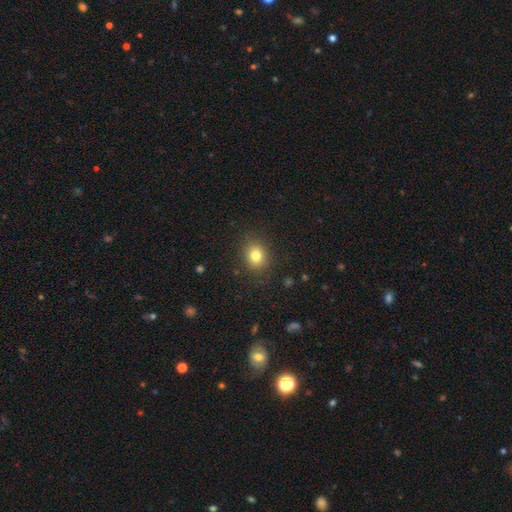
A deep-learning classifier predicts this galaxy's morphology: The model was most divided on "how rounded": round: 64%, in between: 35%, cigar-shaped: 1%. More confident: merging — none (86%); smooth or featured — smooth (80%).